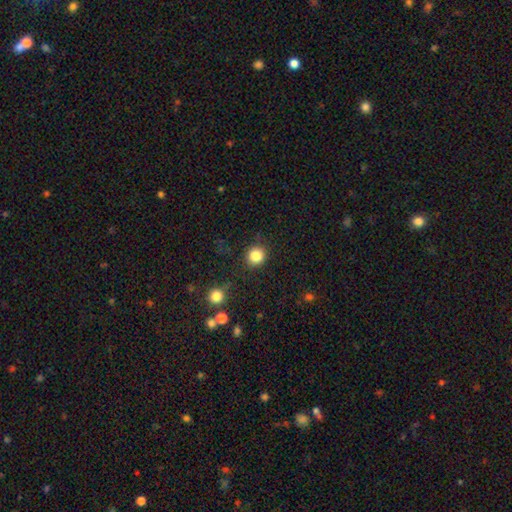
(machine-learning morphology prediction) A smooth galaxy with no disk features (84%) that is round (82%).

Vote fractions:
- Smooth or featured? smooth: 84% / star or artifact: 11% / featured or disk: 4%
- How rounded? round: 82% / in between: 17% / cigar-shaped: 1%
- Merging? none: 83% / minor disturbance: 11% / major disturbance: 4% / merger: 2%